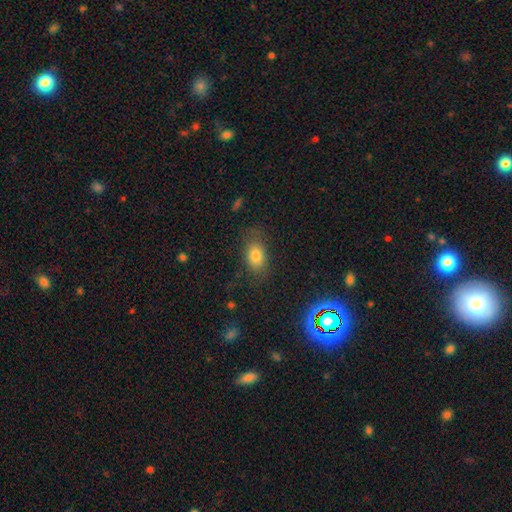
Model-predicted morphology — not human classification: This is likely a smooth galaxy (75%). How rounded: likely in between (79%). Merging: likely none (75%).